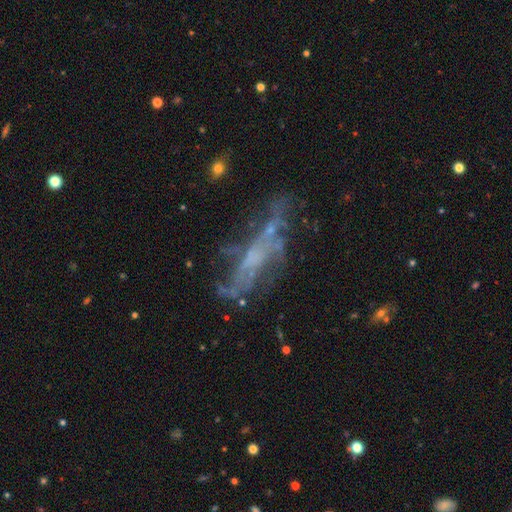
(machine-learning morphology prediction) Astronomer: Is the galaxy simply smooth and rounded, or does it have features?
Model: featured or disk — 65%.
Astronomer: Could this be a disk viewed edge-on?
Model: no — 77%.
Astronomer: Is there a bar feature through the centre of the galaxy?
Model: no — 77%.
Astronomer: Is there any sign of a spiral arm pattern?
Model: no — 70%.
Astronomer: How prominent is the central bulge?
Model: none — 60%.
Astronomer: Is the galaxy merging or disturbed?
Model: none — 43% (runner-up: major disturbance, 29%).